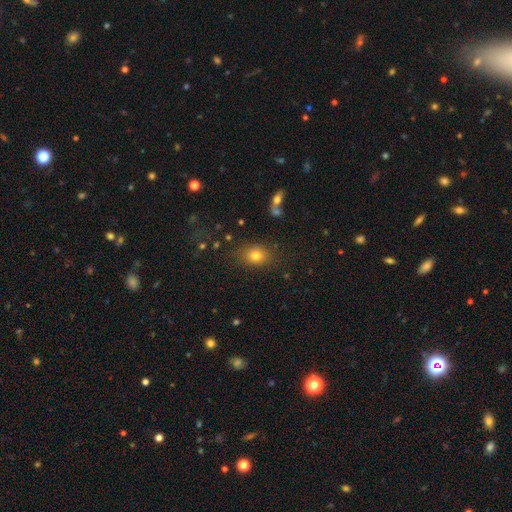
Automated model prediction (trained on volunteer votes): smooth 77%, star or artifact 14%, featured or disk 9%. Down the decision tree: how rounded — in between (51%); merging — none (80%).